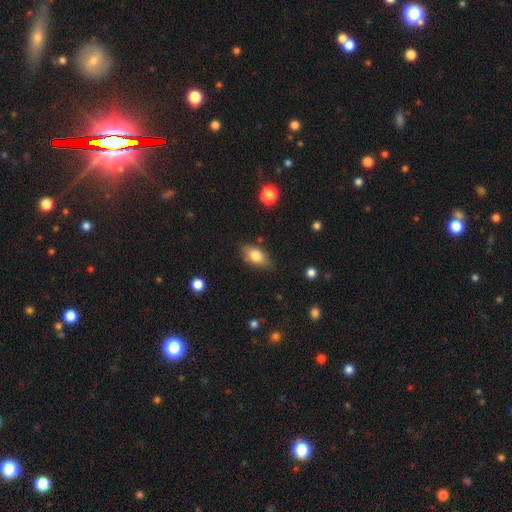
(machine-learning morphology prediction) type=smooth (76%); roundness=in between (86%); merging=none (80%).